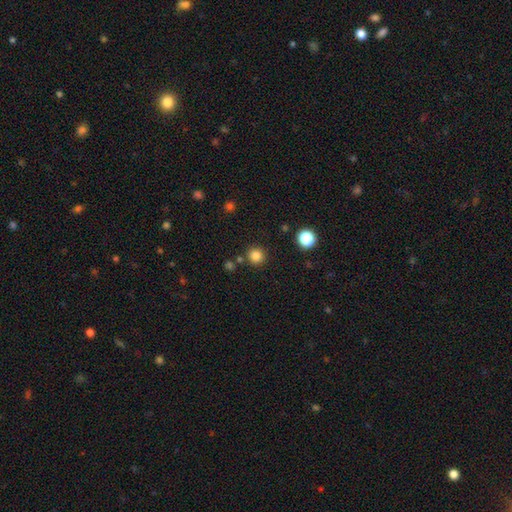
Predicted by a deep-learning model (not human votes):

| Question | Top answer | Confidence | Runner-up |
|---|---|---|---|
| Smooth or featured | smooth | 83% | star or artifact (13%) |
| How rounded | round | 95% | in between (4%) |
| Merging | none | 87% | minor disturbance (6%) |